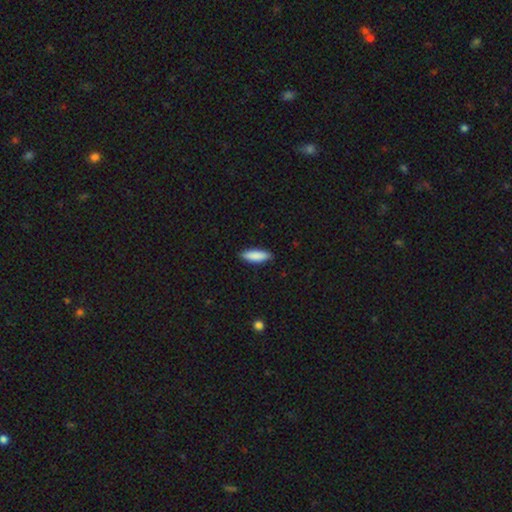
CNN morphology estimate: Q: Smooth or featured?
A: smooth (88%); runner-up: featured or disk (6%)
Q: How rounded?
A: in between (52%); runner-up: cigar-shaped (47%)
Q: Merging?
A: none (88%); runner-up: minor disturbance (10%)